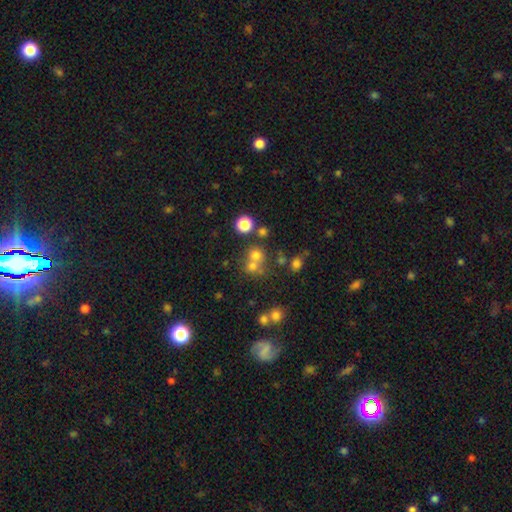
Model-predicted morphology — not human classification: Q: Smooth or featured?
A: smooth (66%); runner-up: star or artifact (21%)
Q: How rounded?
A: round (86%); runner-up: in between (13%)
Q: Merging?
A: none (50%); runner-up: merger (38%)